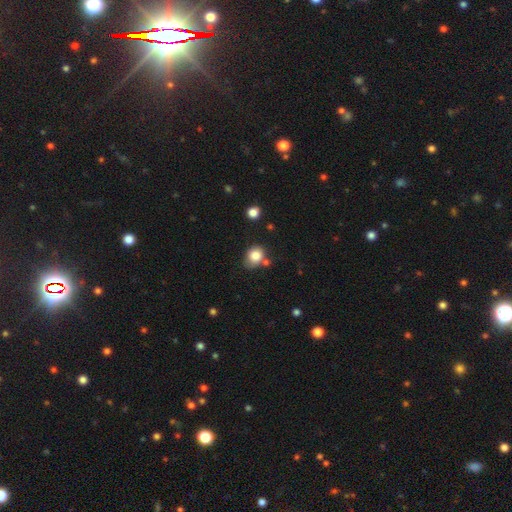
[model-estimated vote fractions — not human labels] The model was most divided on "how rounded": round: 58%, in between: 41%, cigar-shaped: 1%. More confident: smooth or featured — smooth (83%); merging — none (62%).